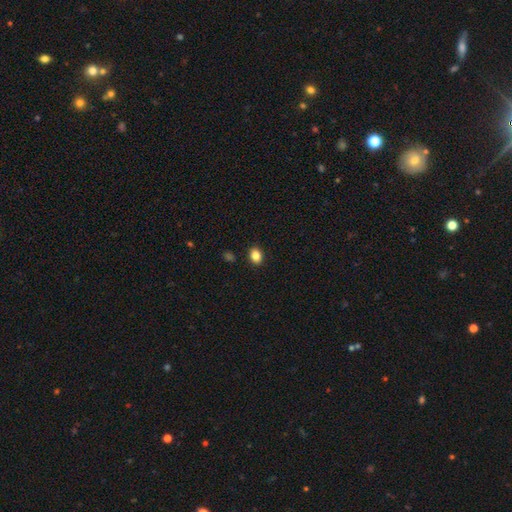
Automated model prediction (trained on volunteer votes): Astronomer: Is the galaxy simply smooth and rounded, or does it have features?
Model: smooth — 85%.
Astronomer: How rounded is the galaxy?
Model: in between — 64%.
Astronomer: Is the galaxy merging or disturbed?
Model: none — 90%.